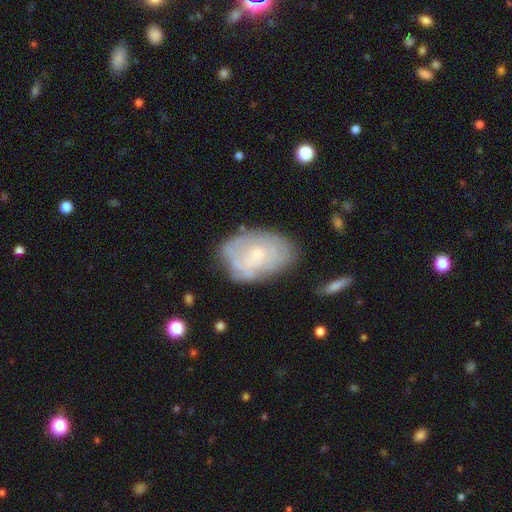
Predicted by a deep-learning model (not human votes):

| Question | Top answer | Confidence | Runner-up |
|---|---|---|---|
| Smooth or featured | featured or disk | 58% | smooth (35%) |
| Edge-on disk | no | 95% | yes (5%) |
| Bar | no | 80% | weak (17%) |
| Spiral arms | yes | 54% | no (46%) |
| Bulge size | small | 67% | moderate (26%) |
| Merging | none | 62% | minor disturbance (26%) |